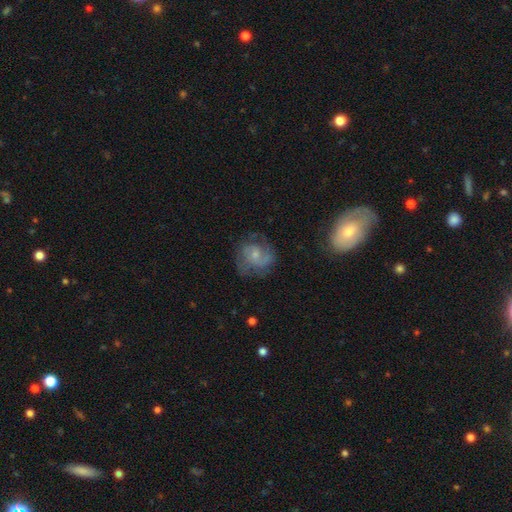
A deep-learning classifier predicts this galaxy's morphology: smooth_or_featured: featured or disk (p=0.63) [alt: smooth p=0.28]
disk_edge_on: no (p=0.98) [alt: yes p=0.02]
bar: no (p=0.66) [alt: weak p=0.29]
has_spiral_arms: yes (p=0.83) [alt: no p=0.17]
spiral_winding: medium (p=0.46) [alt: tight p=0.34]
spiral_arm_count: 2 (p=0.51) [alt: can't tell p=0.26]
bulge_size: small (p=0.61) [alt: moderate p=0.28]
merging: none (p=0.60) [alt: minor disturbance p=0.22]